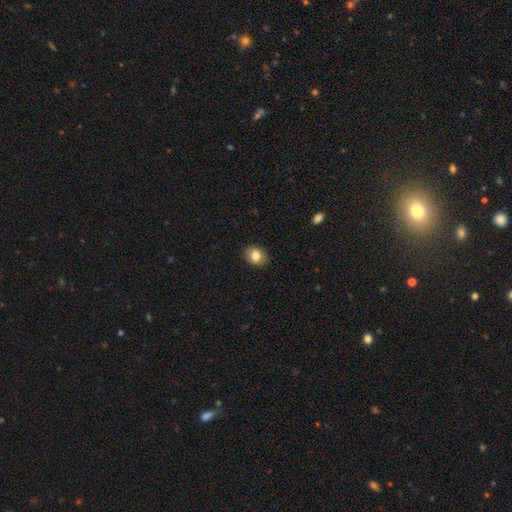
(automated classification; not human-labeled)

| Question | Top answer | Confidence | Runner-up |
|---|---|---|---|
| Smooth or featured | smooth | 81% | featured or disk (11%) |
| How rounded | round | 54% | in between (45%) |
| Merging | none | 89% | minor disturbance (9%) |